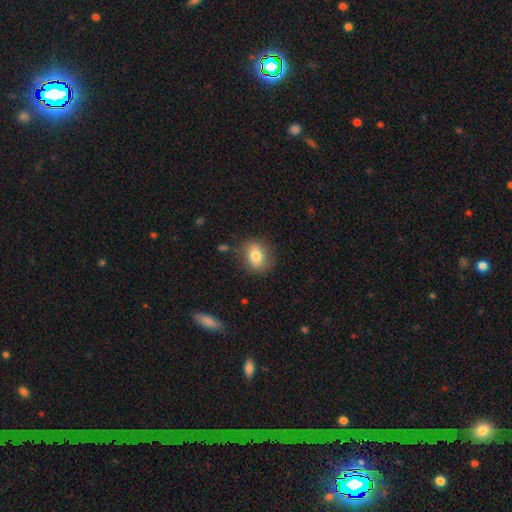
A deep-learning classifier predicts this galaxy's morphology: A smooth galaxy with no disk features (77%) that is round (51%).

Vote fractions:
- Smooth or featured? smooth: 77% / featured or disk: 15% / star or artifact: 9%
- How rounded? round: 51% / in between: 47% / cigar-shaped: 2%
- Merging? none: 80% / minor disturbance: 14% / major disturbance: 4% / merger: 2%